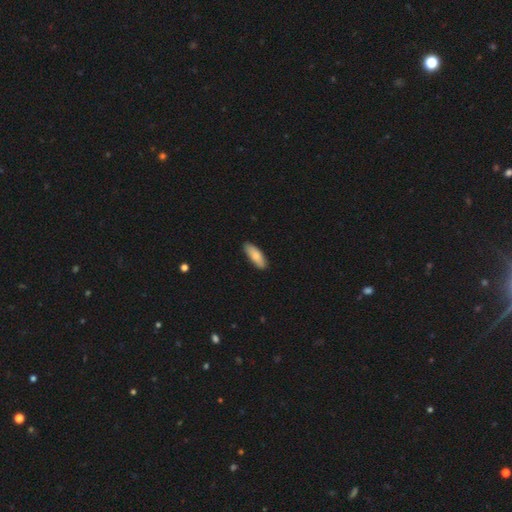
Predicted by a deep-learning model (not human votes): smooth 81%, featured or disk 13%, star or artifact 5%. Down the decision tree: how rounded — in between (65%); merging — none (88%).